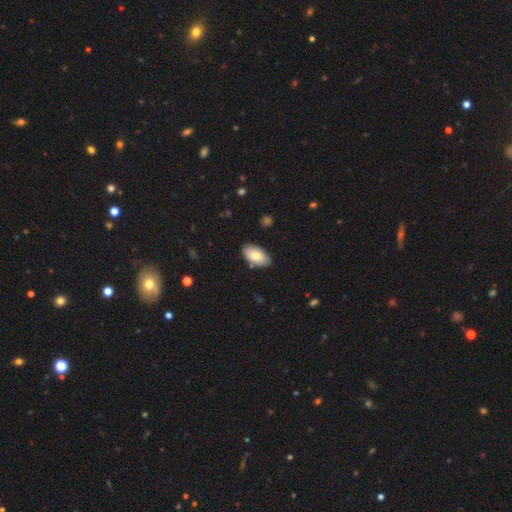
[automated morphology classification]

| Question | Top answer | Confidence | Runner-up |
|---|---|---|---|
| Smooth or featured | smooth | 76% | featured or disk (17%) |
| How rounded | in between | 95% | round (3%) |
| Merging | none | 84% | minor disturbance (12%) |